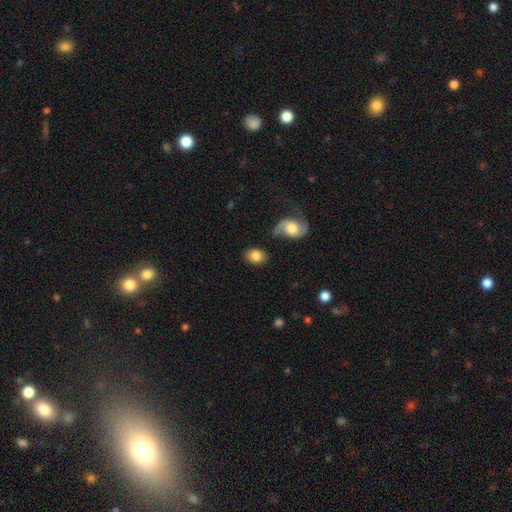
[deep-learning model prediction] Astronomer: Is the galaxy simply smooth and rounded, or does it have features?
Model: smooth — 79%.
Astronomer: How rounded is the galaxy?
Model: in between — 73%.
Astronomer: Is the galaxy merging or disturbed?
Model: none — 73%.